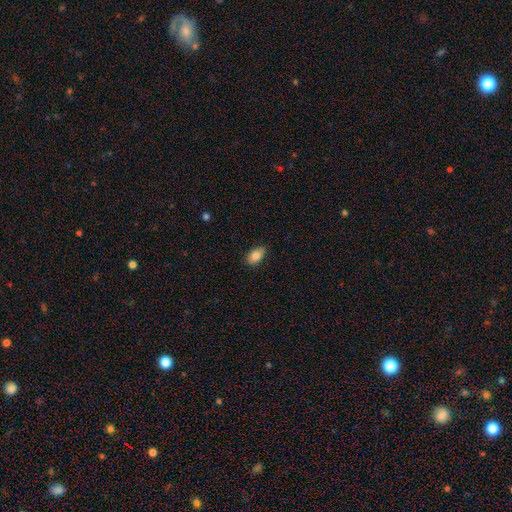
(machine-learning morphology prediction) type=smooth (83%); roundness=in between (90%); merging=none (84%).